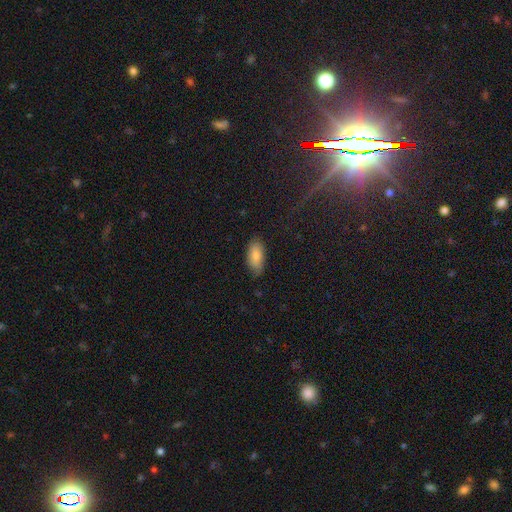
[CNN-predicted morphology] A smooth galaxy with no disk features (83%) that is in between round and cigar-shaped (89%).

Vote fractions:
- Smooth or featured? smooth: 83% / featured or disk: 10% / star or artifact: 7%
- How rounded? in between: 89% / cigar-shaped: 8% / round: 2%
- Merging? none: 77% / minor disturbance: 18% / major disturbance: 3% / merger: 1%